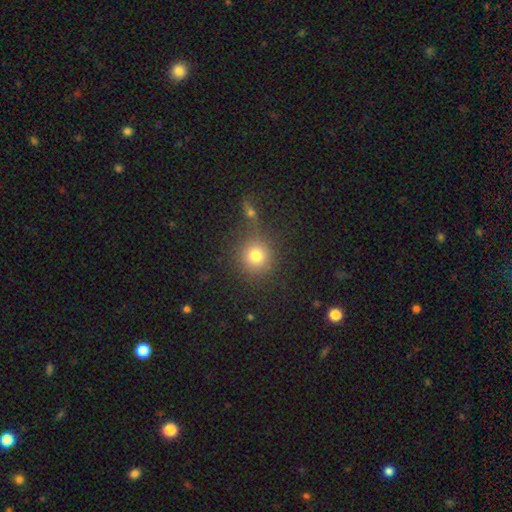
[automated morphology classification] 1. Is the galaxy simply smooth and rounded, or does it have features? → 76% smooth, 15% star or artifact, 9% featured or disk.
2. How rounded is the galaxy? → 90% round, 9% in between, 1% cigar-shaped.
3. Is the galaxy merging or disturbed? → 67% none, 19% merger, 9% minor disturbance, 5% major disturbance.